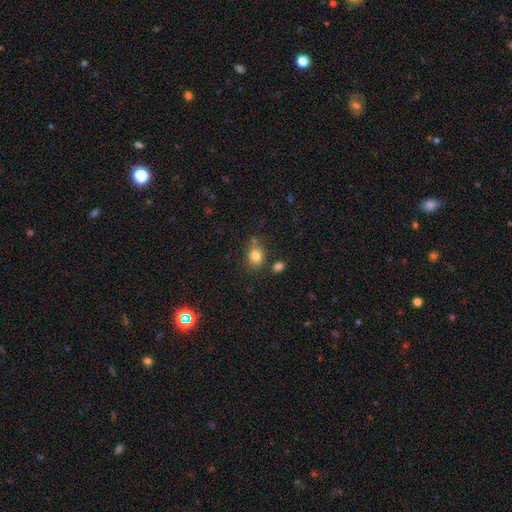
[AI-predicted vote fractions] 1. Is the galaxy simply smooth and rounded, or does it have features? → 80% smooth, 12% star or artifact, 8% featured or disk.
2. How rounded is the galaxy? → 52% round, 47% in between, 1% cigar-shaped.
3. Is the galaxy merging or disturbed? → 68% none, 17% minor disturbance, 11% merger, 5% major disturbance.